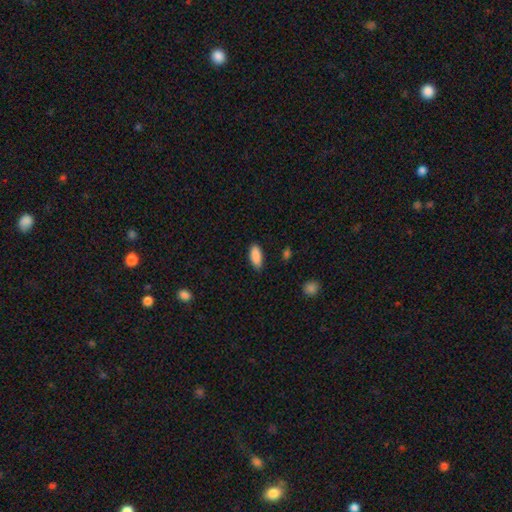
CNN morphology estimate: This appears to be a smooth galaxy with no disk features (89%) that is in between round and cigar-shaped (84%). Merging: none (82%).